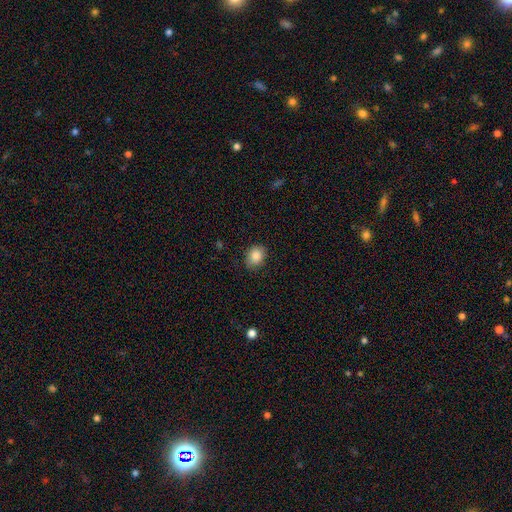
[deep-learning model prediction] Smooth or featured: smooth — 86% (star or artifact — 8%)
How rounded: round — 50% (in between — 49%)
Merging: none — 84% (minor disturbance — 12%)